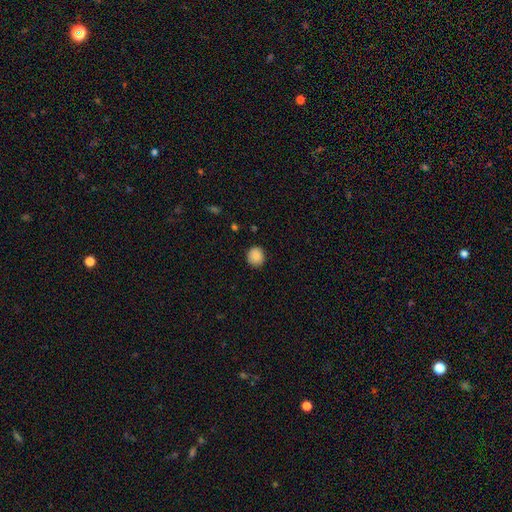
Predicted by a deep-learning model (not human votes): Overall: smooth (88%). How rounded: round (84%). Merging: none (88%).